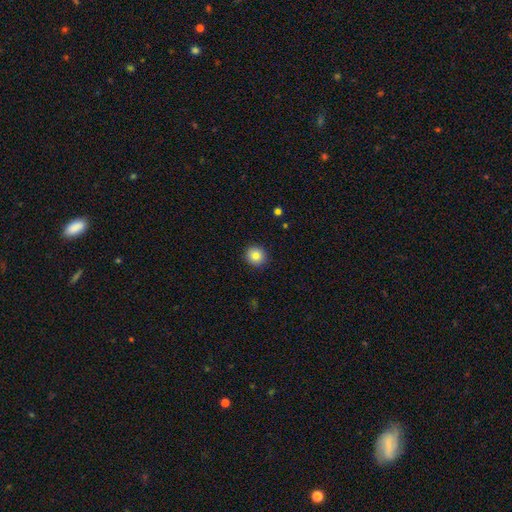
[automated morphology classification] A smooth galaxy with no disk features (84%) that is round (90%). Merging: none (91%).